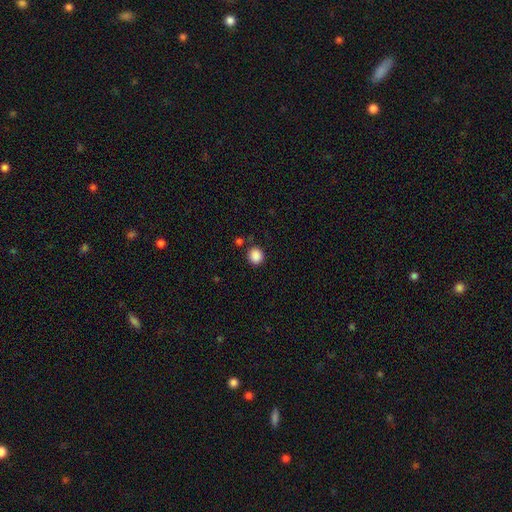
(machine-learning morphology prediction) Smooth or featured? smooth (88%)
How rounded? round (86%)
Merging? none (85%)